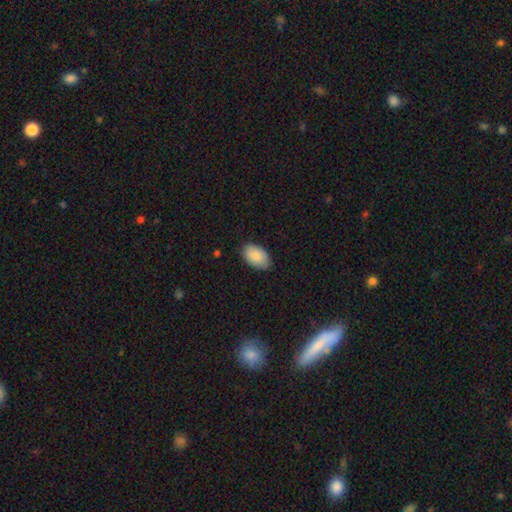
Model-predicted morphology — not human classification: Smooth or featured: smooth — 88% (star or artifact — 6%)
How rounded: in between — 94% (round — 5%)
Merging: none — 84% (minor disturbance — 13%)